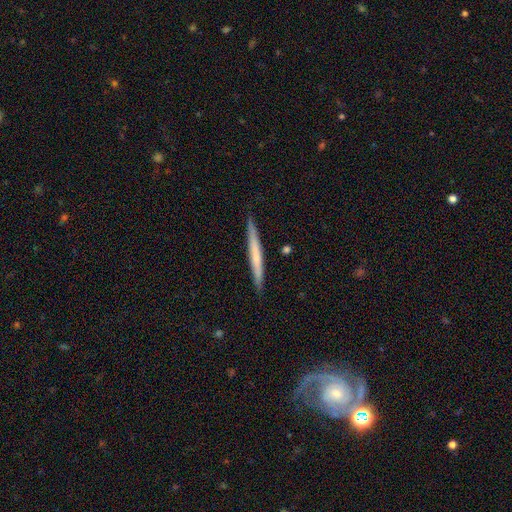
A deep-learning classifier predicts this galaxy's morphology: Smooth or featured? Predicted: smooth (p=0.51). How rounded? Predicted: cigar-shaped (p=0.97). Merging? Predicted: none (p=0.90).